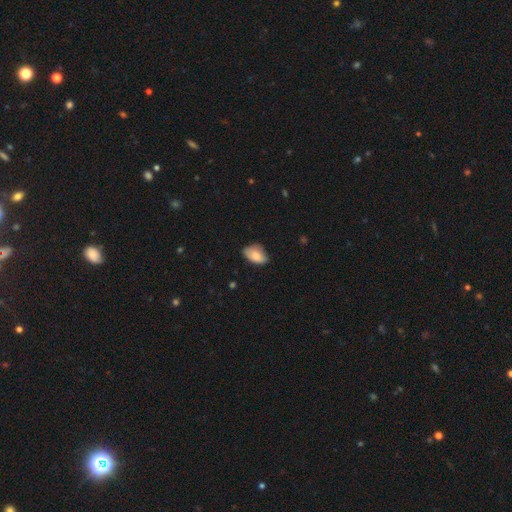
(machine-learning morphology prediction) A smooth galaxy with no disk features (80%) that is in between round and cigar-shaped (90%).

Vote fractions:
- Smooth or featured? smooth: 80% / featured or disk: 13% / star or artifact: 7%
- How rounded? in between: 90% / round: 9% / cigar-shaped: 1%
- Merging? none: 56% / minor disturbance: 36% / major disturbance: 6% / merger: 2%